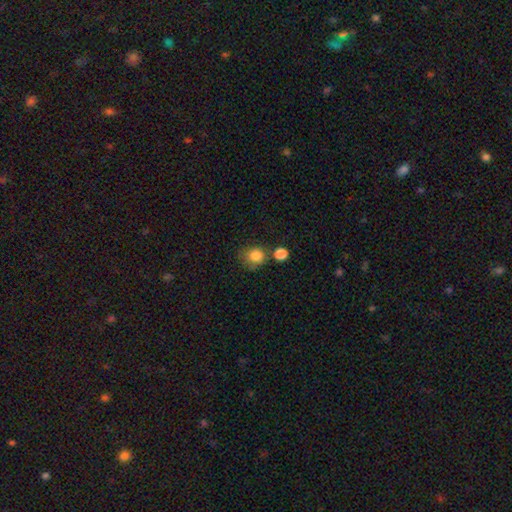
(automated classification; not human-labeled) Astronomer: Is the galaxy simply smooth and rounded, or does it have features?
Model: smooth — 83%.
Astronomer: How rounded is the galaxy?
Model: round — 76%.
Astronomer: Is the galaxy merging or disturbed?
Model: none — 57%.